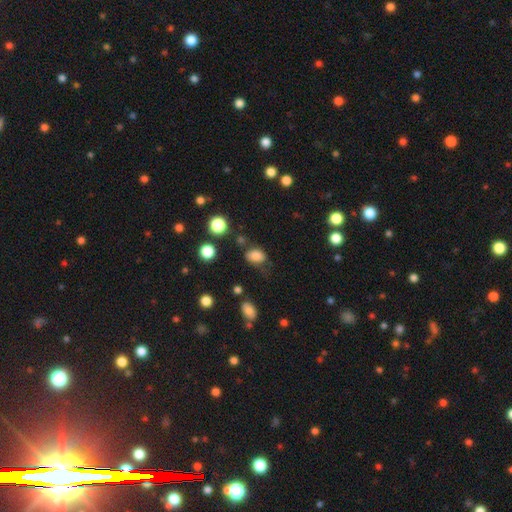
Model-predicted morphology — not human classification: Smooth or featured? Predicted: smooth (p=0.81). How rounded? Predicted: in between (p=0.75). Merging? Predicted: none (p=0.59).